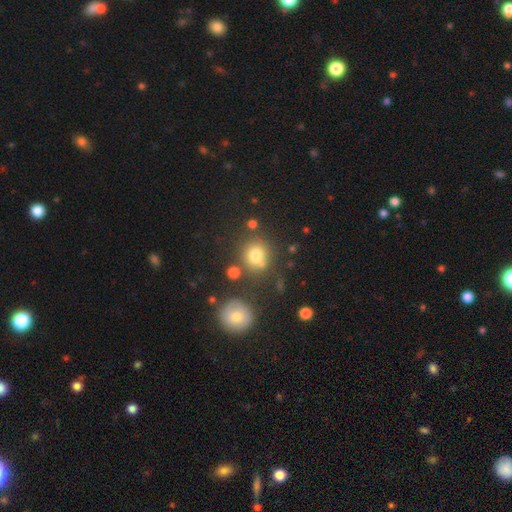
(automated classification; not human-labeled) smooth_or_featured: smooth (p=0.75) [alt: star or artifact p=0.15]
how_rounded: round (p=0.85) [alt: in between p=0.14]
merging: none (p=0.66) [alt: merger p=0.16]